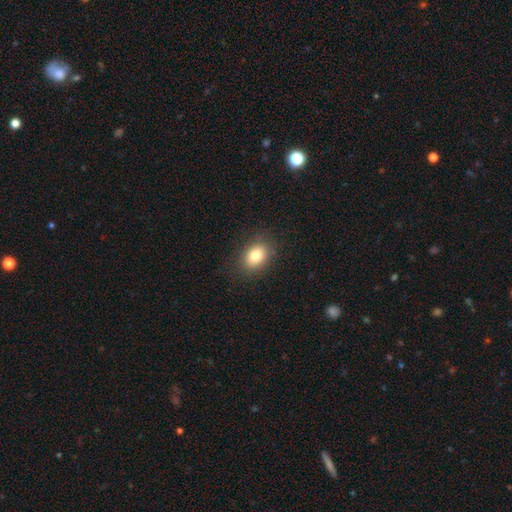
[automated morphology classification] Overall: smooth (81%). How rounded: in between (70%). Merging: none (85%).